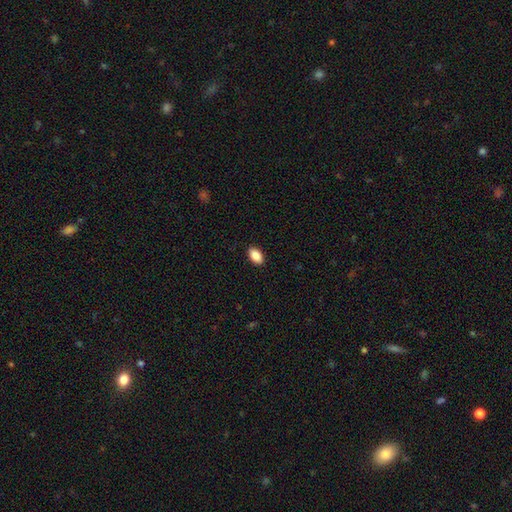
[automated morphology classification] type=smooth (89%); roundness=in between (92%); merging=none (90%).